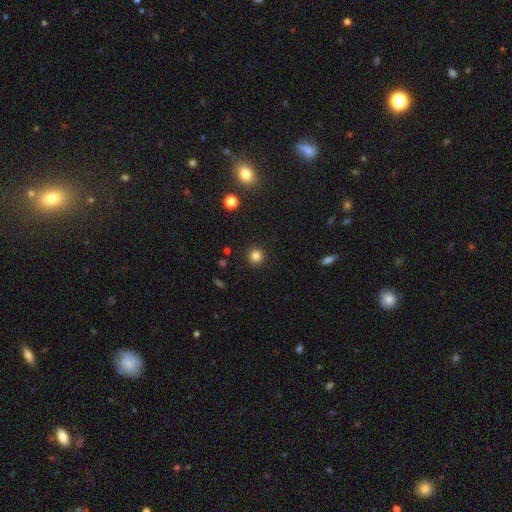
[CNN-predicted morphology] The model was most divided on "smooth or featured": smooth: 82%, star or artifact: 13%, featured or disk: 5%. More confident: how rounded — round (94%); merging — none (91%).